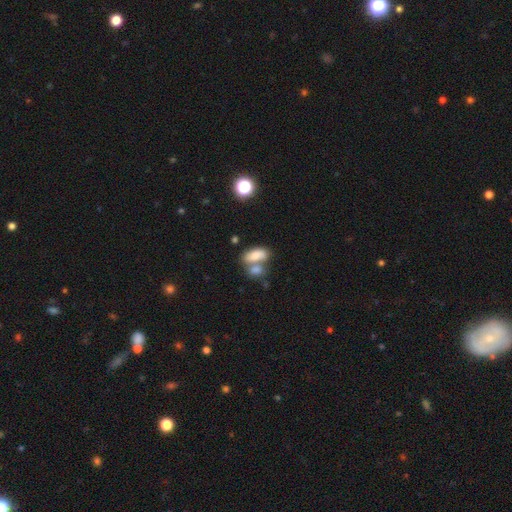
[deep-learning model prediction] Smooth or featured?
  - smooth: 78% *
  - featured or disk: 13%
  - star or artifact: 9%
How rounded?
  - in between: 89% *
  - round: 6%
  - cigar-shaped: 5%
Merging?
  - merger: 53% *
  - none: 30%
  - minor disturbance: 11%
  - major disturbance: 6%